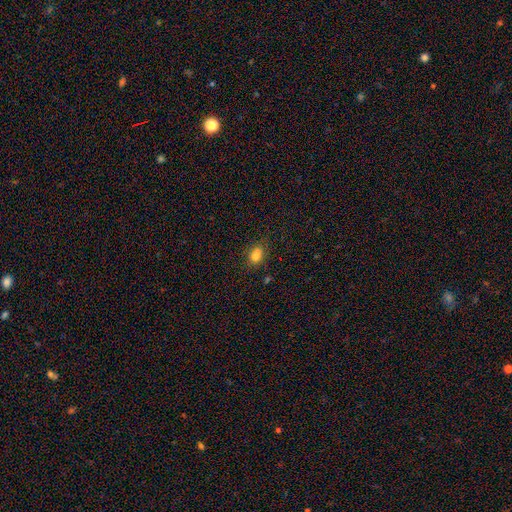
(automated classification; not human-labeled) Smooth or featured? Predicted: smooth (p=0.78). How rounded? Predicted: in between (p=0.69). Merging? Predicted: none (p=0.68).